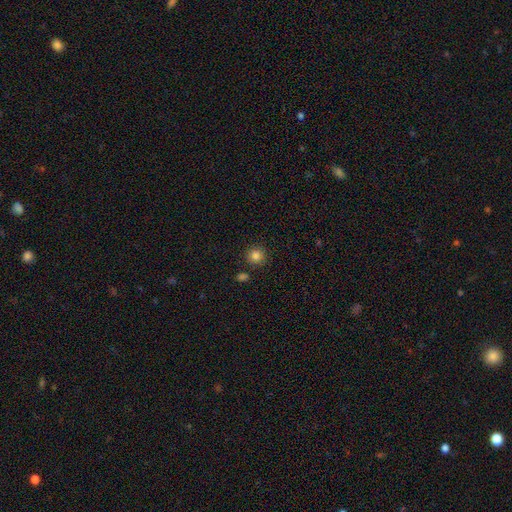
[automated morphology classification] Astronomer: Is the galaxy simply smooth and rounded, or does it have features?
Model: smooth — 84%.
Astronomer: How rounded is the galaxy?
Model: round — 93%.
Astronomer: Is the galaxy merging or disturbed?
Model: none — 86%.